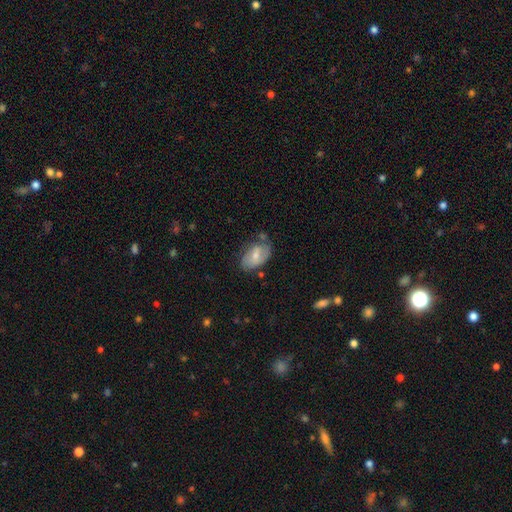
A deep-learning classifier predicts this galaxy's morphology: The model was most divided on "smooth or featured": smooth: 55%, featured or disk: 39%, star or artifact: 7%. More confident: how rounded — in between (90%); merging — none (55%).